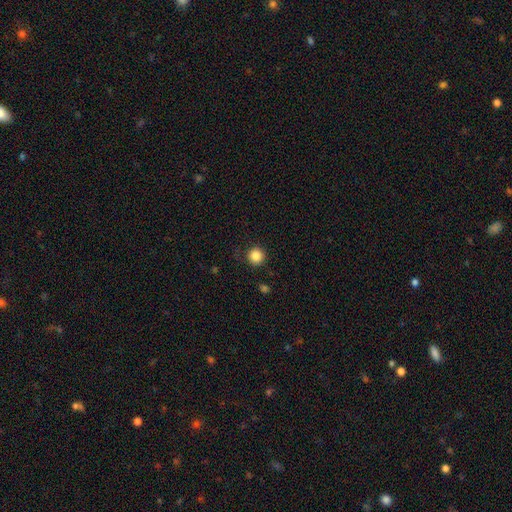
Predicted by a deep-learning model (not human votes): Morphology: type=smooth (86%); roundness=round (95%); merging=none (89%).